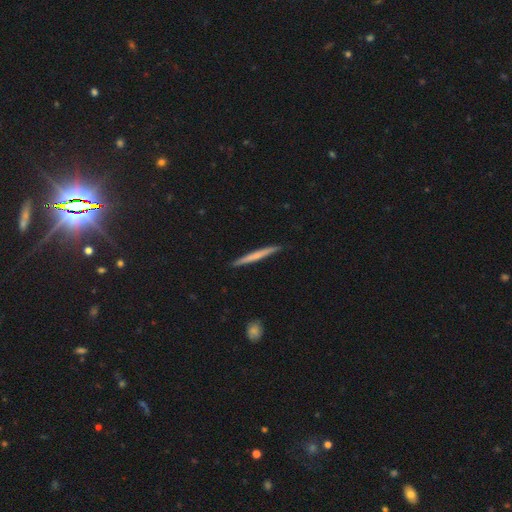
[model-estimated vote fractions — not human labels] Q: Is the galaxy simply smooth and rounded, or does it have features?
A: smooth — 55%.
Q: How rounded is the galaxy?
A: cigar-shaped — 97%.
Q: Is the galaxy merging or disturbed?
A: none — 91%.